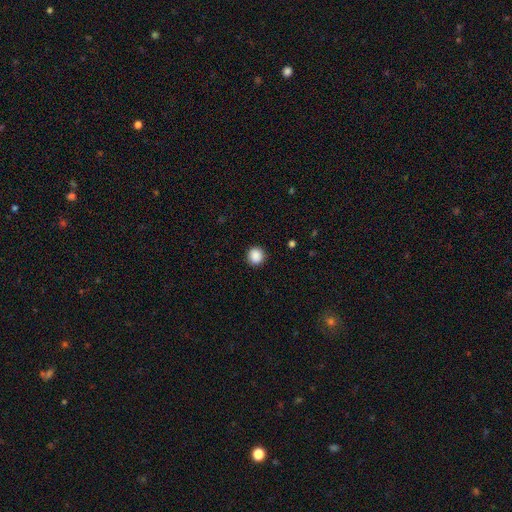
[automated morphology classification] A smooth galaxy with no disk features (89%) that is round (93%). Merging: none (91%).